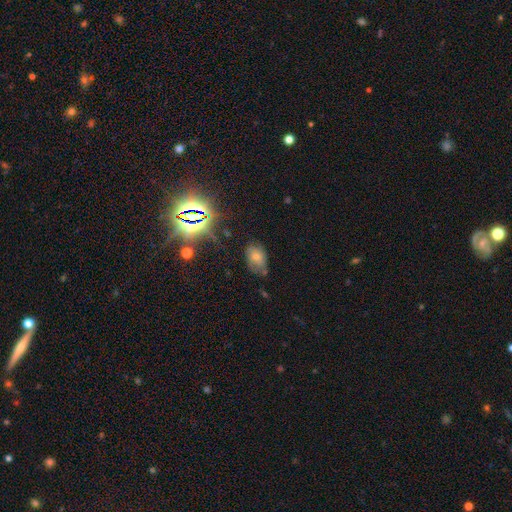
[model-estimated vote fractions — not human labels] Smooth or featured? Predicted: smooth (p=0.38). Merging? Predicted: none (p=0.61).